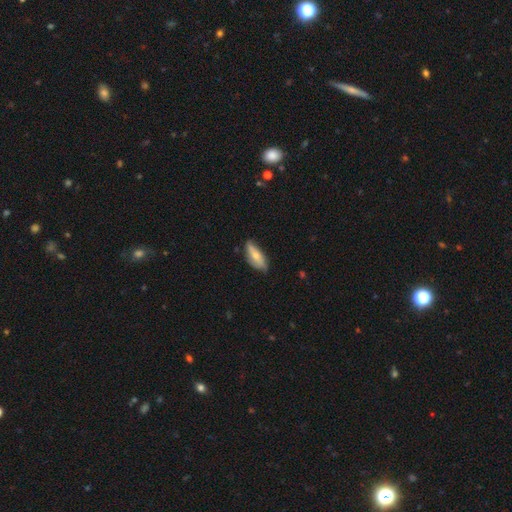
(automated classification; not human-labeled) Smooth or featured? Predicted: smooth (p=0.63). How rounded? Predicted: in between (p=0.74). Merging? Predicted: none (p=0.68).